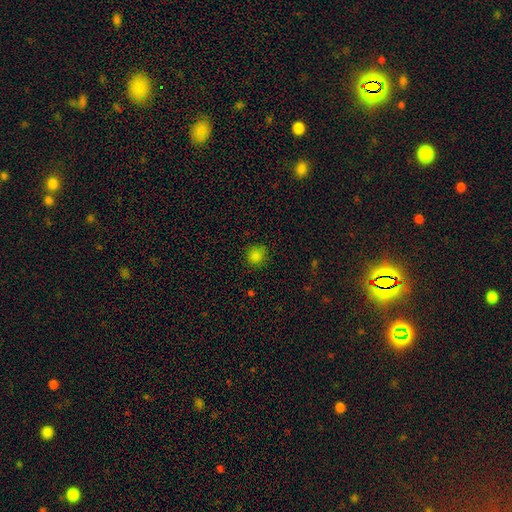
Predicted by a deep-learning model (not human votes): Smooth or featured: smooth — 82% (star or artifact — 15%)
How rounded: round — 88% (in between — 11%)
Merging: none — 86% (minor disturbance — 10%)